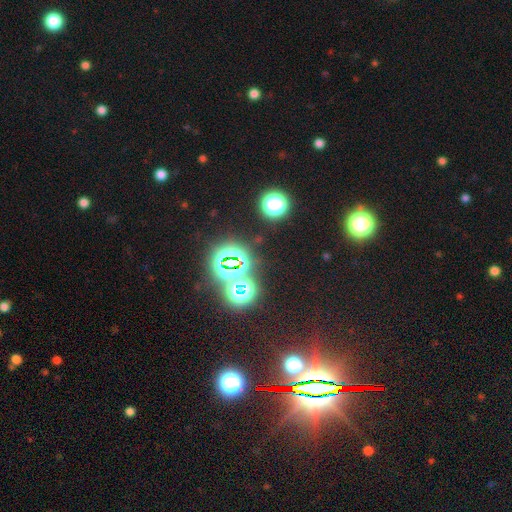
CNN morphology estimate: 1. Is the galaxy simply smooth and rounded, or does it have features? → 79% star or artifact, 13% smooth, 7% featured or disk.